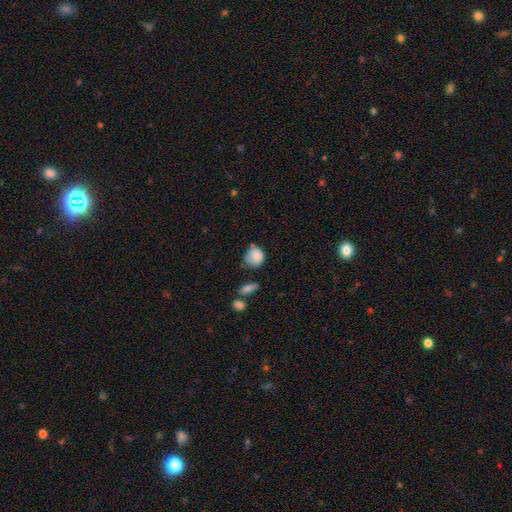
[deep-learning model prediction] smooth-or-featured: smooth: 83% | featured or disk: 9% | star or artifact: 9%
  how-rounded: round: 75% | in between: 24% | cigar-shaped: 1%
  merging: none: 49% | minor disturbance: 35% | major disturbance: 9% | merger: 7%